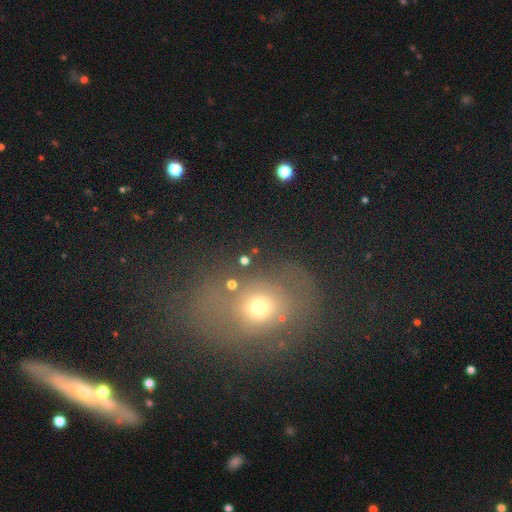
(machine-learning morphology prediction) smooth_or_featured: smooth (p=0.49) [alt: star or artifact p=0.27]
merging: none (p=0.65) [alt: minor disturbance p=0.17]